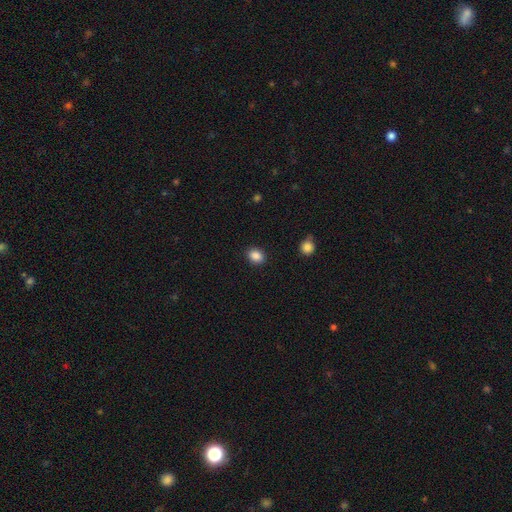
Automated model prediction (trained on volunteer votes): smooth 87%, star or artifact 9%, featured or disk 3%. Down the decision tree: how rounded — in between (52%); merging — none (89%).